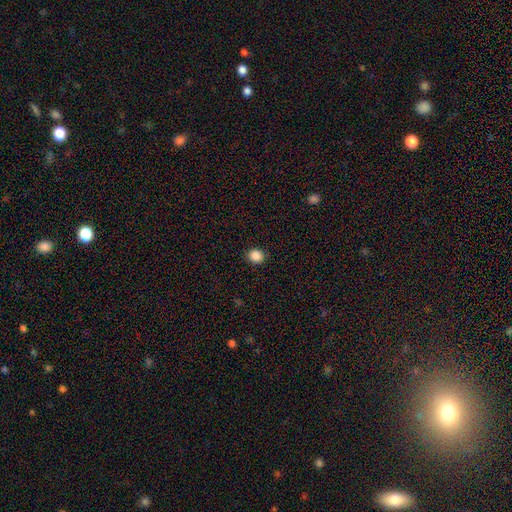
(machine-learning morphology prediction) Smooth or featured? Predicted: smooth (p=0.88). How rounded? Predicted: round (p=0.78). Merging? Predicted: none (p=0.91).